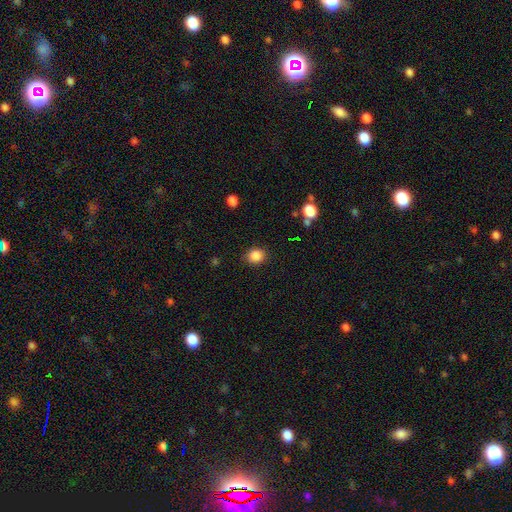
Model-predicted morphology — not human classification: smooth 86%, star or artifact 10%, featured or disk 4%. Down the decision tree: how rounded — round (68%); merging — none (86%).